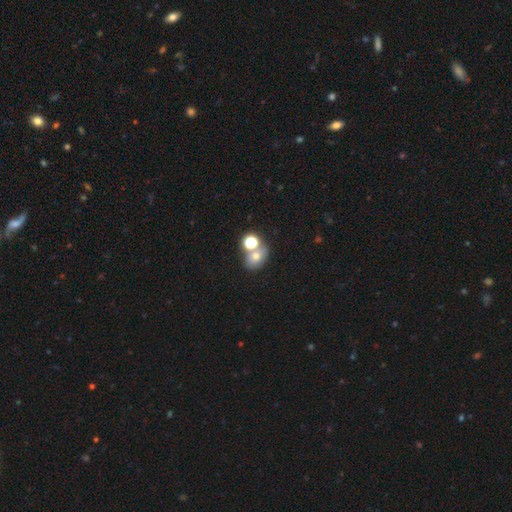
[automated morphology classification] Smooth or featured?
  - smooth: 66% *
  - featured or disk: 17%
  - star or artifact: 17%
How rounded?
  - in between: 53% *
  - round: 46%
  - cigar-shaped: 1%
Merging?
  - none: 45% *
  - merger: 40%
  - minor disturbance: 10%
  - major disturbance: 5%